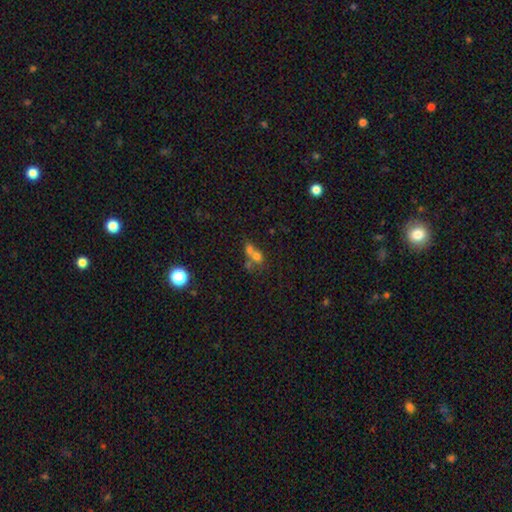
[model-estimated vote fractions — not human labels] smooth-or-featured: smooth: 58% | featured or disk: 21% | star or artifact: 21%
  how-rounded: round: 70% | in between: 28% | cigar-shaped: 2%
  merging: merger: 61% | none: 28% | minor disturbance: 7% | major disturbance: 5%